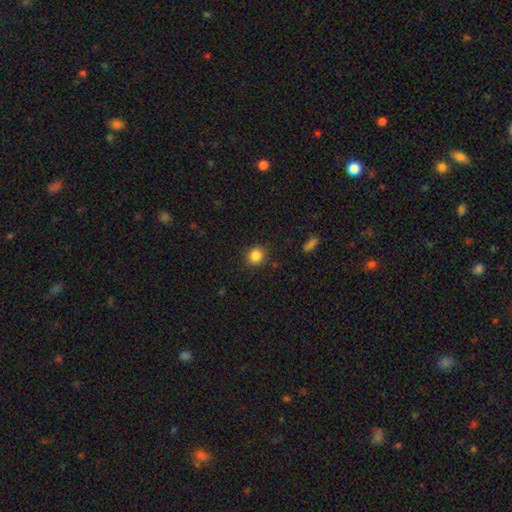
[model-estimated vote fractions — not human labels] A smooth galaxy with no disk features (85%) that is round (82%). Merging: none (88%).